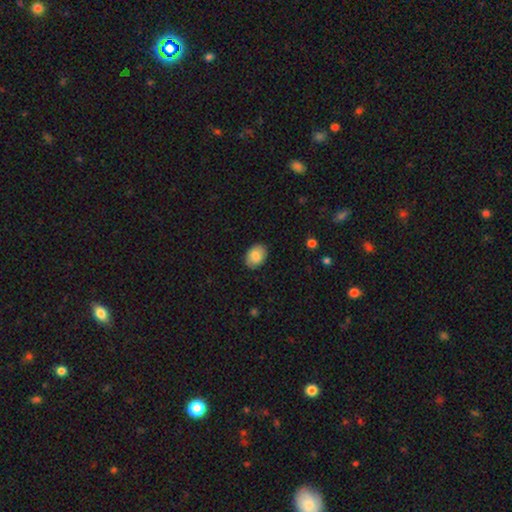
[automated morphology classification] The model was most divided on "how rounded": in between: 78%, round: 21%, cigar-shaped: 1%. More confident: merging — none (88%); smooth or featured — smooth (84%).